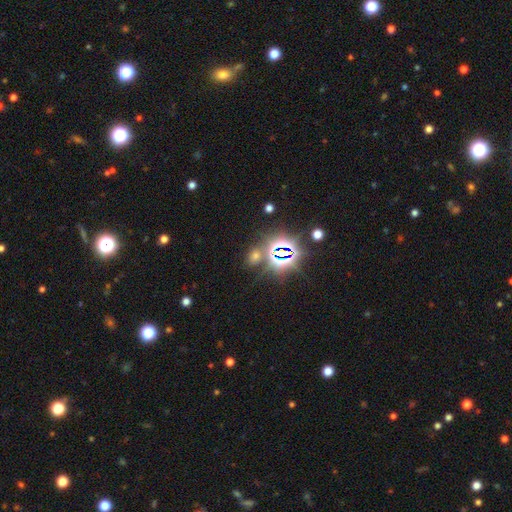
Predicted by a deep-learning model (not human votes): Smooth or featured?
  - star or artifact: 53% *
  - smooth: 38%
  - featured or disk: 8%